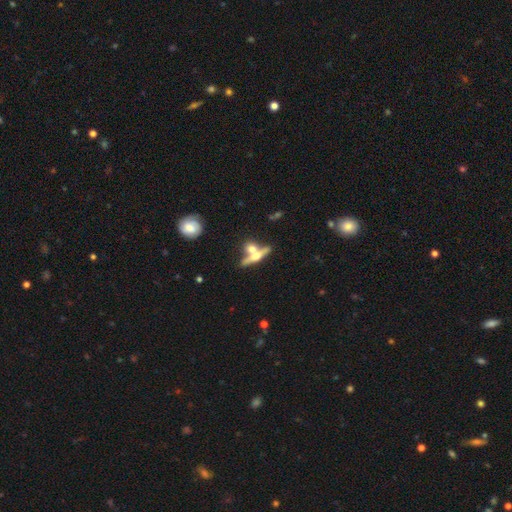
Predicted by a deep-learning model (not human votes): Q: Smooth or featured?
A: featured or disk (66%); runner-up: smooth (26%)
Q: Edge-on disk?
A: yes (92%); runner-up: no (8%)
Q: Edge-on bulge?
A: rounded (94%); runner-up: boxy (3%)
Q: Merging?
A: none (53%); runner-up: merger (35%)